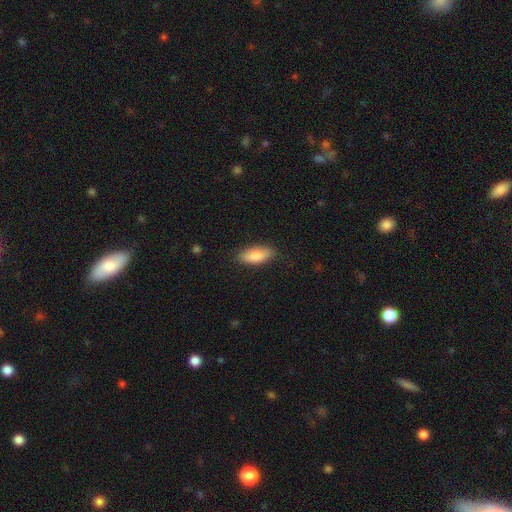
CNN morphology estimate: A smooth galaxy with no disk features (85%) that is in between round and cigar-shaped (81%). Merging: none (83%).